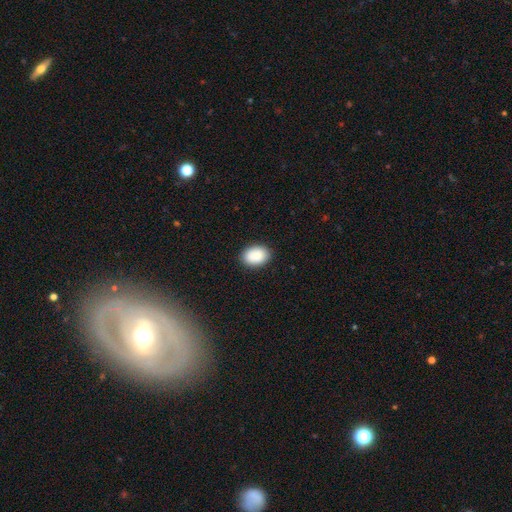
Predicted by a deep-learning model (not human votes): smooth-or-featured: smooth: 89% | star or artifact: 7% | featured or disk: 4%
  how-rounded: in between: 77% | round: 22% | cigar-shaped: 1%
  merging: none: 88% | minor disturbance: 9% | major disturbance: 2% | merger: 1%